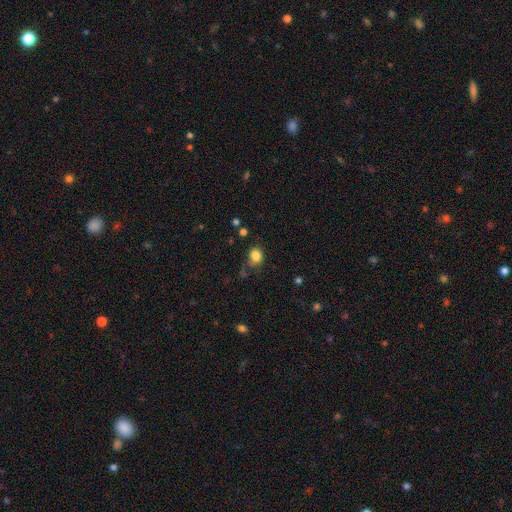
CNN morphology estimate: Smooth or featured?
  - smooth: 83% *
  - star or artifact: 11%
  - featured or disk: 6%
How rounded?
  - round: 57% *
  - in between: 42%
  - cigar-shaped: 1%
Merging?
  - none: 63% *
  - minor disturbance: 23%
  - major disturbance: 9%
  - merger: 5%